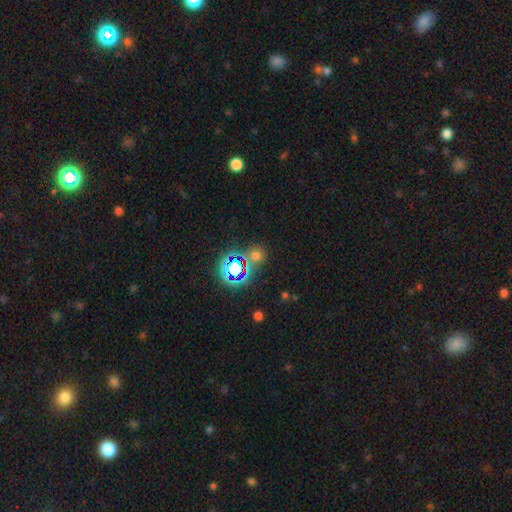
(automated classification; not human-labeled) Smooth or featured? Predicted: smooth (p=0.49). Merging? Predicted: none (p=0.72).